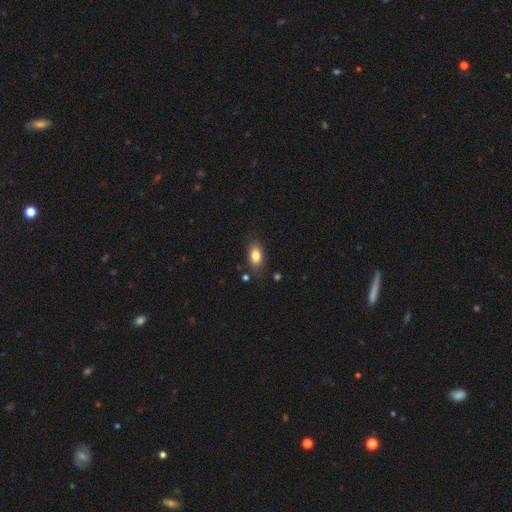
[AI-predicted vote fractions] A smooth galaxy with no disk features (82%) that is in between round and cigar-shaped (86%). Merging: none (80%).